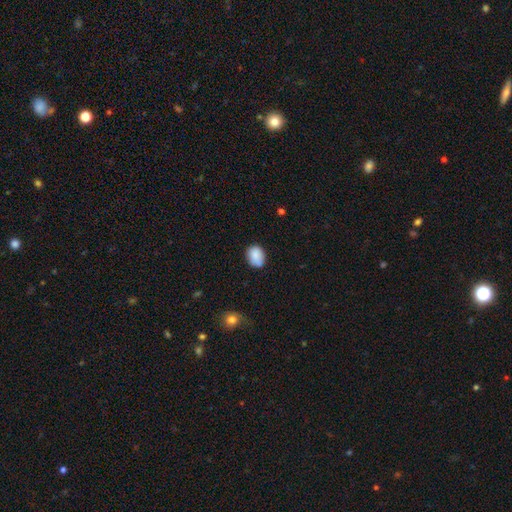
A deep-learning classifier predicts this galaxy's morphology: smooth 85%, star or artifact 8%, featured or disk 7%. Down the decision tree: how rounded — in between (58%); merging — none (71%).